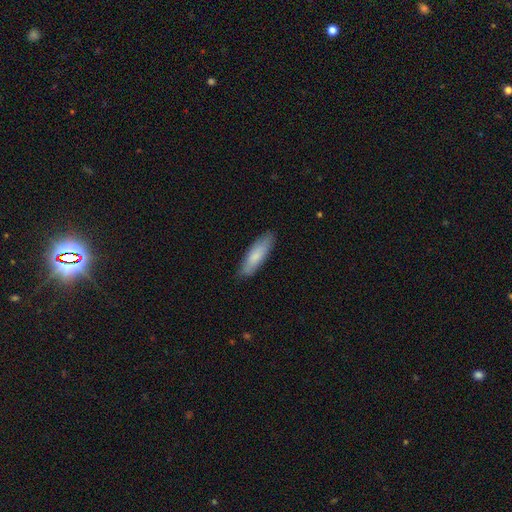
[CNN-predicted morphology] A smooth galaxy with no disk features (80%) that is cigar-shaped (56%).

Vote fractions:
- Smooth or featured? smooth: 80% / featured or disk: 15% / star or artifact: 5%
- How rounded? cigar-shaped: 56% / in between: 42% / round: 2%
- Merging? none: 85% / minor disturbance: 12% / major disturbance: 2% / merger: 1%